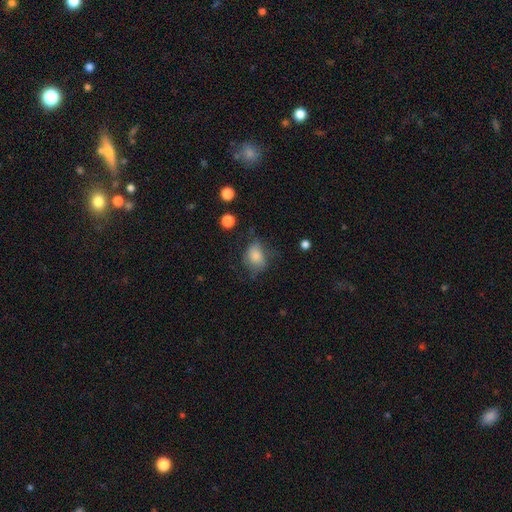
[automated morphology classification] The model was most divided on "merging": none: 48%, minor disturbance: 29%, major disturbance: 20%, merger: 2%. More confident: smooth or featured — smooth (78%); how rounded — in between (64%).